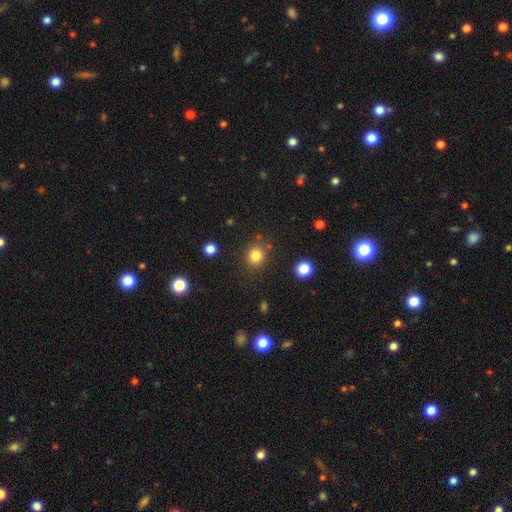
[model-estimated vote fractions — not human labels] smooth_or_featured: smooth (p=0.82) [alt: star or artifact p=0.13]
how_rounded: round (p=0.85) [alt: in between p=0.14]
merging: none (p=0.84) [alt: minor disturbance p=0.08]